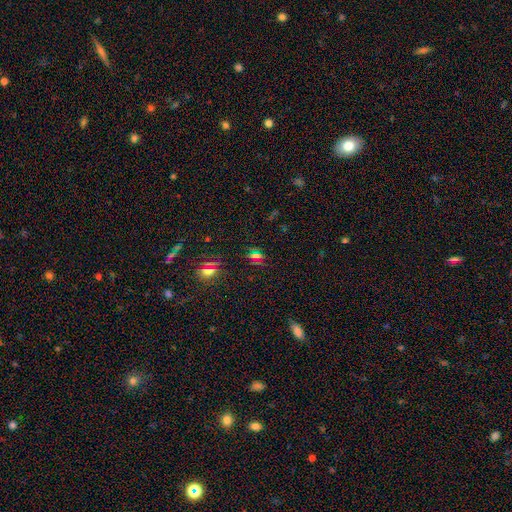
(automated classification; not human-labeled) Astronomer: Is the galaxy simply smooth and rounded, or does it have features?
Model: star or artifact — 53% (runner-up: smooth, 33%).